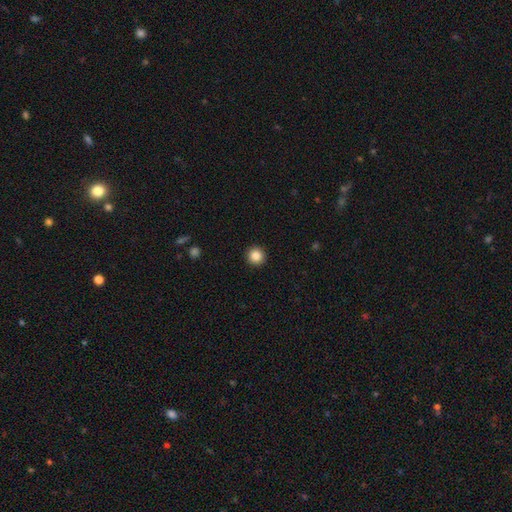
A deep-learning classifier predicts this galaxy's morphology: This appears to be a smooth galaxy with no disk features (86%) that is round (95%). Merging: none (93%).